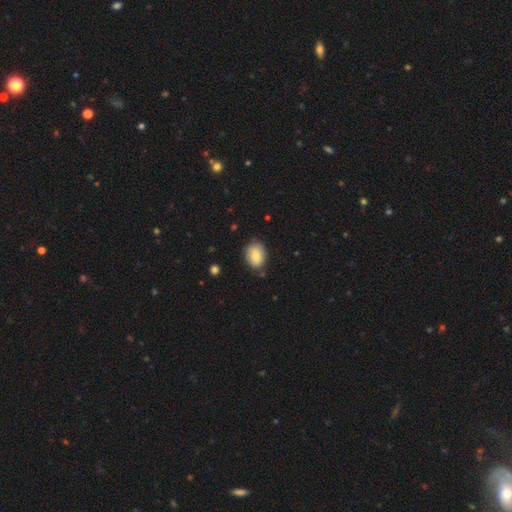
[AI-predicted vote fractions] A smooth galaxy with no disk features (78%) that is in between round and cigar-shaped (66%). Merging: none (76%).